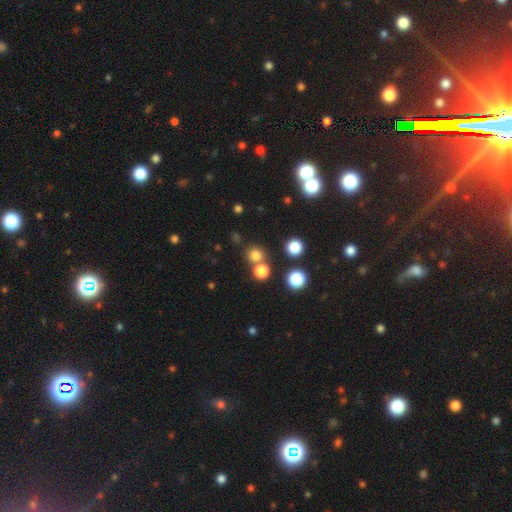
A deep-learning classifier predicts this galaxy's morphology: This appears to be a smooth galaxy with no disk features (75%) that is round (89%). Merging: none (68%).